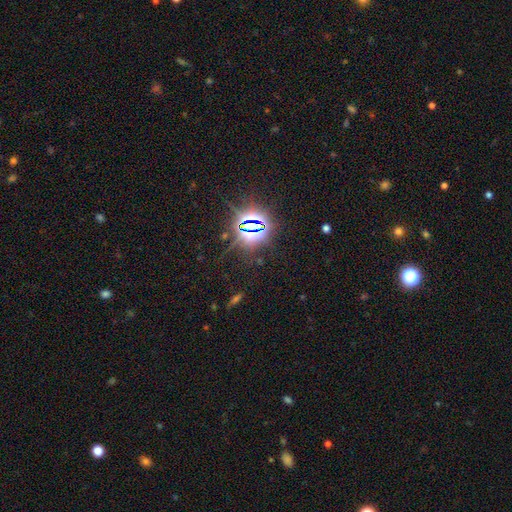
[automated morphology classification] type=star or artifact (84%).